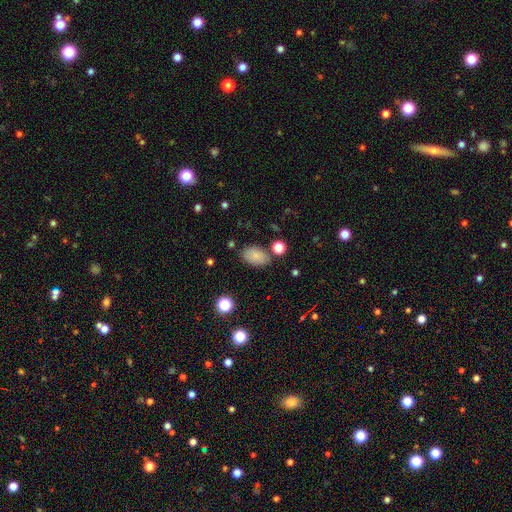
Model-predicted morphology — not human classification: A smooth galaxy with no disk features (84%) that is in between round and cigar-shaped (92%).

Vote fractions:
- Smooth or featured? smooth: 84% / star or artifact: 9% / featured or disk: 7%
- How rounded? in between: 92% / round: 7% / cigar-shaped: 1%
- Merging? none: 78% / minor disturbance: 14% / merger: 5% / major disturbance: 4%